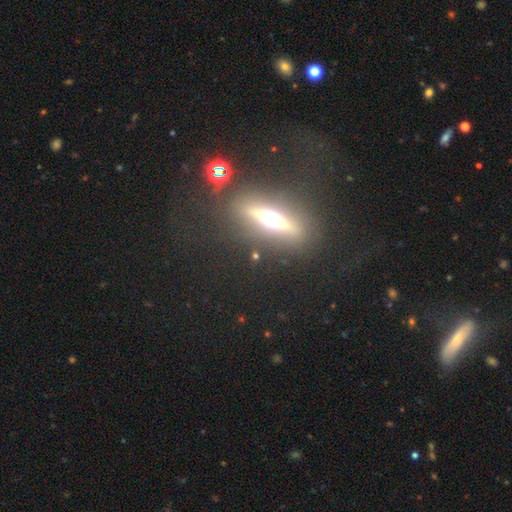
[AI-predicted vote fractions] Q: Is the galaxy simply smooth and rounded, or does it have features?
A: featured or disk — 63%.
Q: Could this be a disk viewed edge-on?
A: yes — 91%.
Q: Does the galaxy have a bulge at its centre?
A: rounded — 89%.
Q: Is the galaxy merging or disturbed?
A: none — 85%.